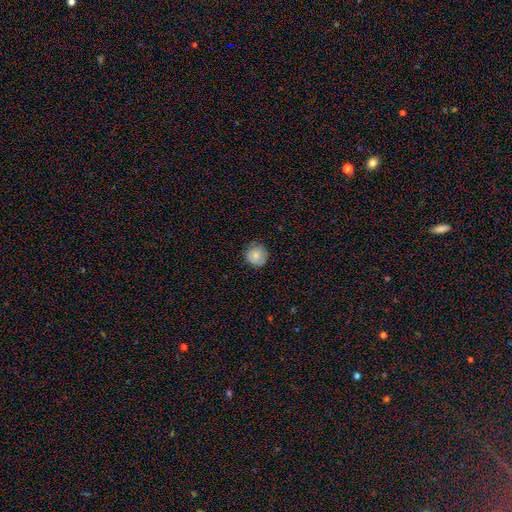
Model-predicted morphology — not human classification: A smooth galaxy with no disk features (79%) that is round (92%). Merging: none (80%).